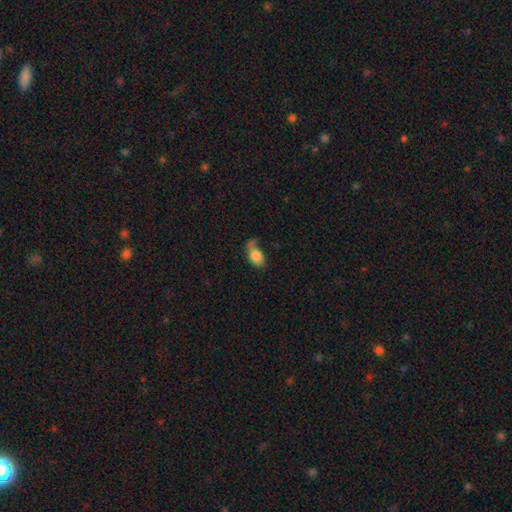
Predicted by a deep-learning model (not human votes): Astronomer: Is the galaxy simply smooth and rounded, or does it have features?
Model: smooth — 80%.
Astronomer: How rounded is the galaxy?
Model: in between — 86%.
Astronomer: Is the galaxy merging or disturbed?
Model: none — 35% (runner-up: minor disturbance, 27%).